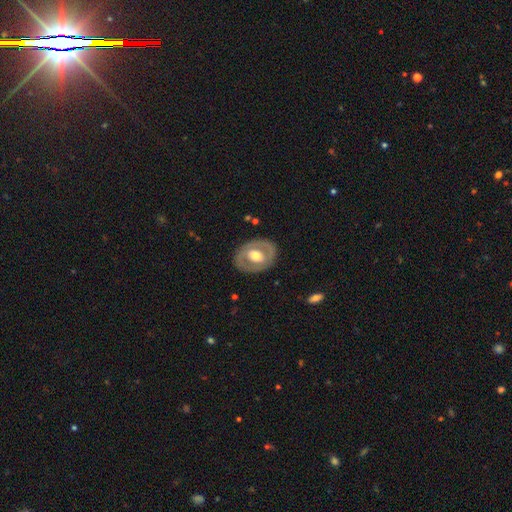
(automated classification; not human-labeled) Overall: featured or disk (63%; smooth 33%). Edge-on disk: no (94%). Bar: no (60%; weak 27%). Spiral arms: no (76%). Bulge size: moderate (68%). Merging: none (82%).